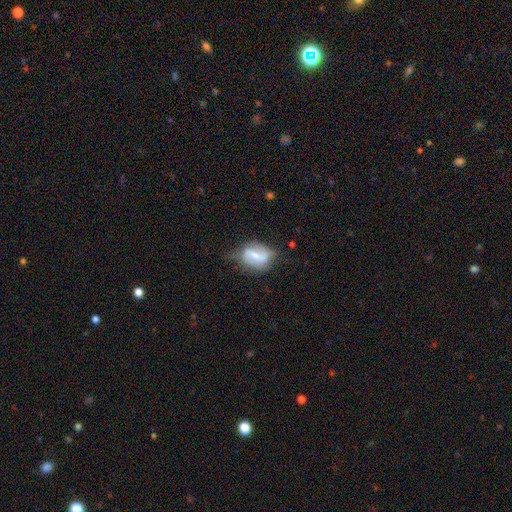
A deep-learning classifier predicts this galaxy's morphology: Smooth or featured? Predicted: featured or disk (p=0.53). Edge-on disk? Predicted: no (p=0.93). Merging? Predicted: none (p=0.46).